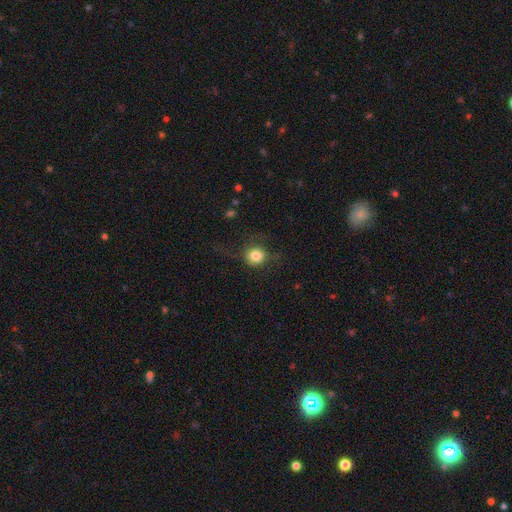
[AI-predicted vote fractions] A smooth galaxy with no disk features (80%) that is round (89%).

Vote fractions:
- Smooth or featured? smooth: 80% / star or artifact: 11% / featured or disk: 9%
- How rounded? round: 89% / in between: 10% / cigar-shaped: 1%
- Merging? none: 69% / minor disturbance: 17% / major disturbance: 12% / merger: 1%